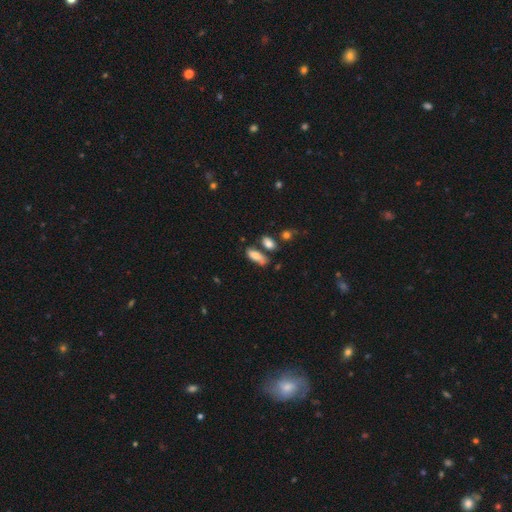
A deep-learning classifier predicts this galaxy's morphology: Smooth or featured? Predicted: smooth (p=0.79). How rounded? Predicted: in between (p=0.75). Merging? Predicted: none (p=0.58).